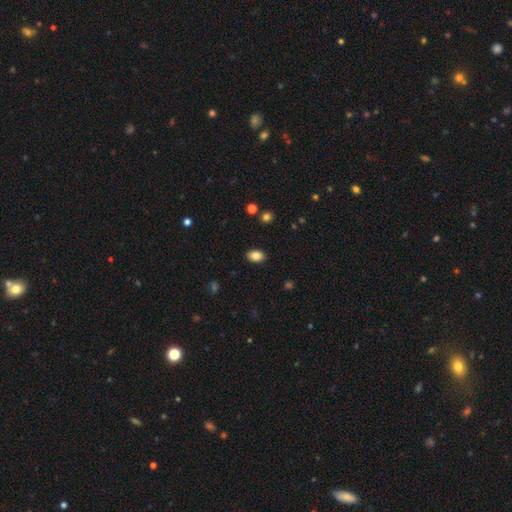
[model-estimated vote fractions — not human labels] smooth 85%, star or artifact 9%, featured or disk 7%. Down the decision tree: how rounded — in between (85%); merging — none (88%).